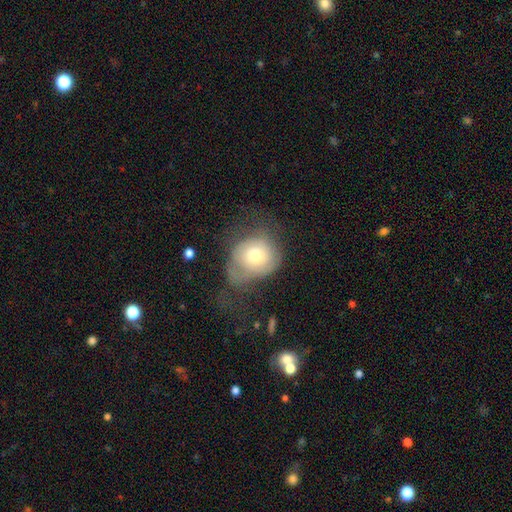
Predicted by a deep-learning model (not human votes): smooth_or_featured: smooth (p=0.62) [alt: featured or disk p=0.29]
how_rounded: round (p=0.64) [alt: in between p=0.35]
merging: major disturbance (p=0.42) [alt: minor disturbance p=0.29]